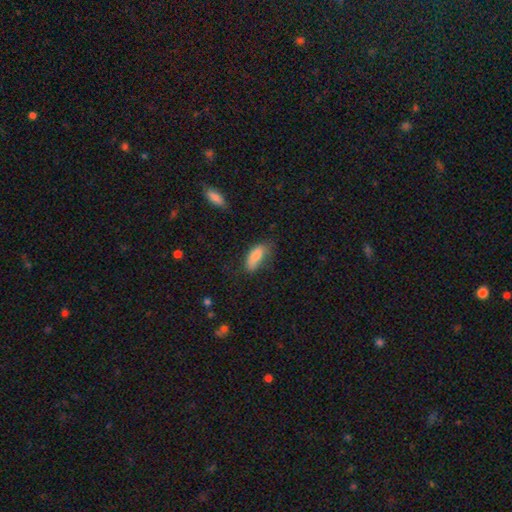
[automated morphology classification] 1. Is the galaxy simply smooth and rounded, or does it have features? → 82% smooth, 10% featured or disk, 8% star or artifact.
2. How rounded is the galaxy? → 77% in between, 21% cigar-shaped, 2% round.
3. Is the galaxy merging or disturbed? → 53% none, 33% minor disturbance, 12% major disturbance, 3% merger.